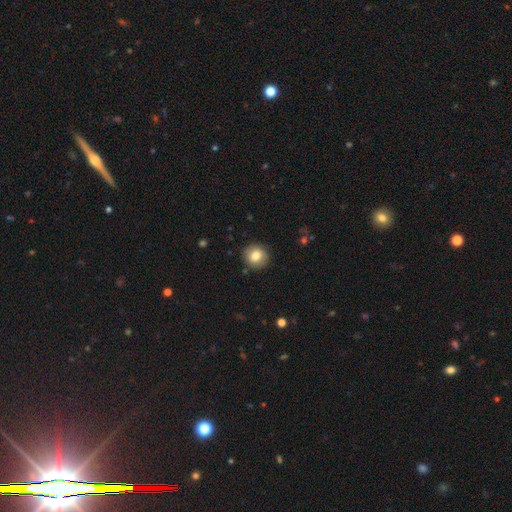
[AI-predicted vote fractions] smooth_or_featured: smooth (p=0.81) [alt: featured or disk p=0.10]
how_rounded: round (p=0.90) [alt: in between p=0.09]
merging: none (p=0.90) [alt: minor disturbance p=0.07]